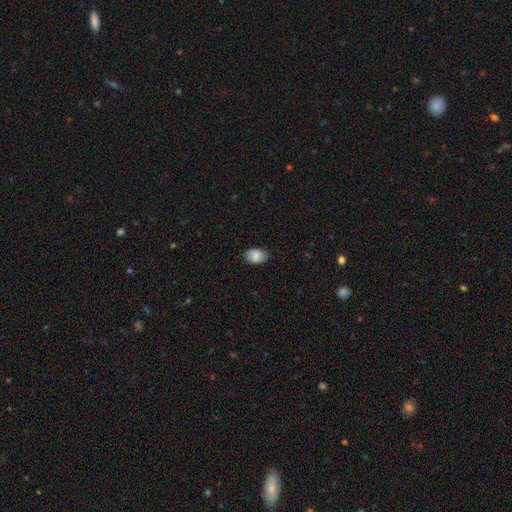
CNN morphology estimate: This is clearly a smooth galaxy (83%). How rounded: clearly in between (85%). Merging: clearly none (84%).